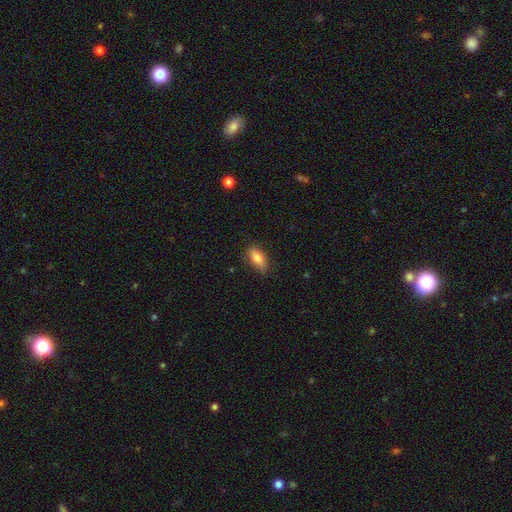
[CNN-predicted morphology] Smooth or featured: smooth — 80% (featured or disk — 12%)
How rounded: in between — 79% (cigar-shaped — 18%)
Merging: none — 81% (minor disturbance — 15%)